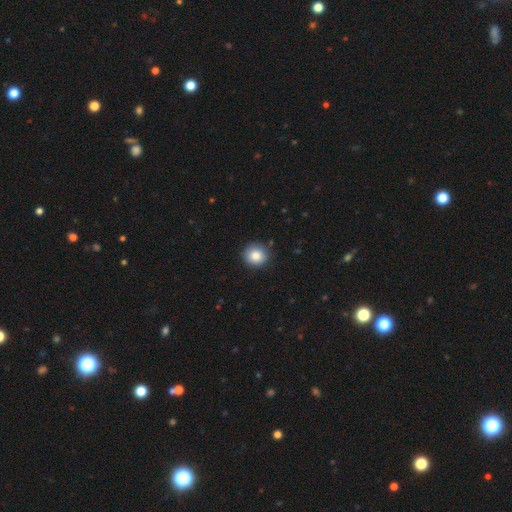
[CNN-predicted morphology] Q: Smooth or featured?
A: smooth (84%); runner-up: star or artifact (9%)
Q: How rounded?
A: round (89%); runner-up: in between (10%)
Q: Merging?
A: none (88%); runner-up: minor disturbance (8%)